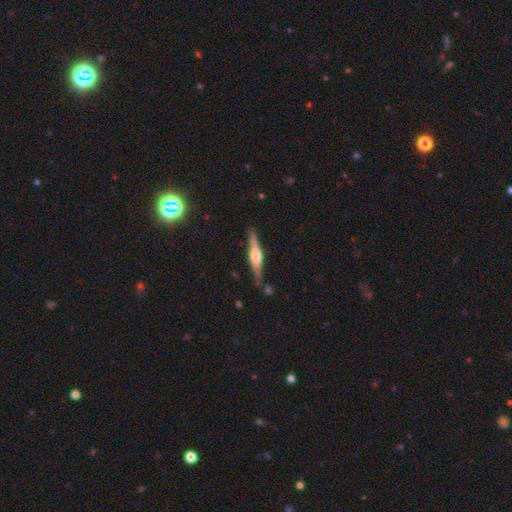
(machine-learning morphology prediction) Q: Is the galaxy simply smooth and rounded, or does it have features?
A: featured or disk — 72%.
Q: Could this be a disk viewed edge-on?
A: yes — 97%.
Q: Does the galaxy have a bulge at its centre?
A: rounded — 88%.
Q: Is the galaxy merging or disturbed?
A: none — 85%.